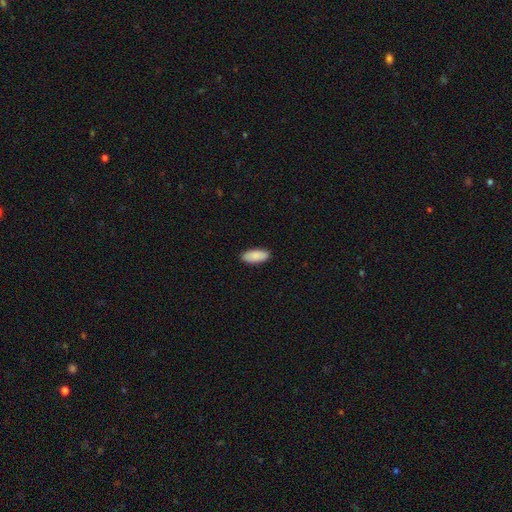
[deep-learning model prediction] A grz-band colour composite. It shows a smooth galaxy with no disk features (90%) that is in between round and cigar-shaped (88%). Merging: none (90%).